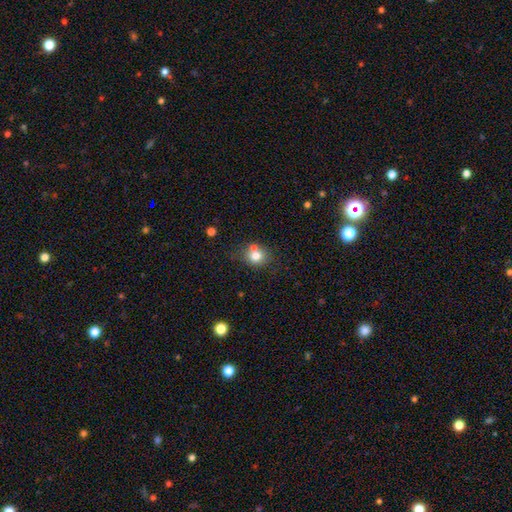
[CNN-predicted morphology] smooth_or_featured: smooth (p=0.76) [alt: featured or disk p=0.12]
how_rounded: round (p=0.74) [alt: in between p=0.25]
merging: none (p=0.58) [alt: merger p=0.27]